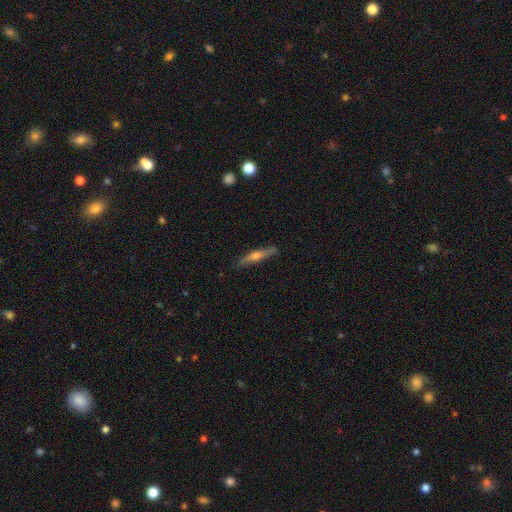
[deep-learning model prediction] A featured or disk galaxy (61%) viewed edge-on (94%) with a rounded central bulge (84%). Merging: none (85%).